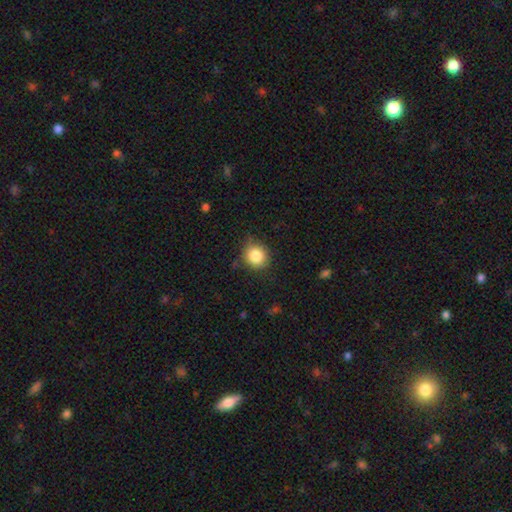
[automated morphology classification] Smooth or featured?
  - smooth: 84% *
  - star or artifact: 10%
  - featured or disk: 6%
How rounded?
  - round: 85% *
  - in between: 14%
  - cigar-shaped: 1%
Merging?
  - none: 80% *
  - minor disturbance: 15%
  - major disturbance: 3%
  - merger: 2%